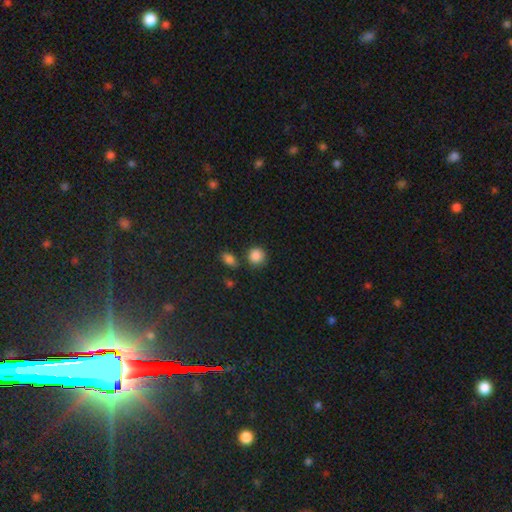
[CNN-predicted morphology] smooth-or-featured: smooth: 87% | star or artifact: 9% | featured or disk: 4%
  how-rounded: round: 88% | in between: 11% | cigar-shaped: 1%
  merging: none: 77% | minor disturbance: 12% | merger: 8% | major disturbance: 4%